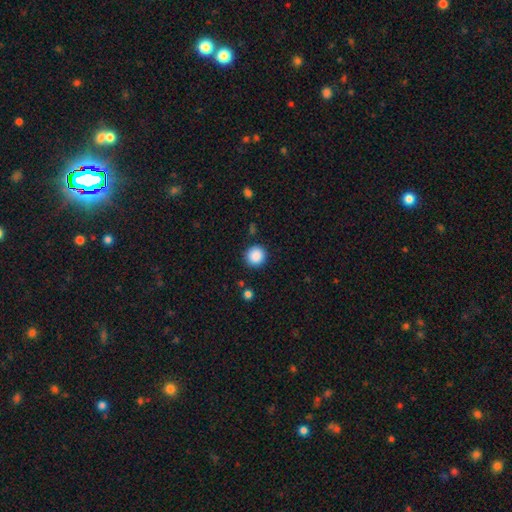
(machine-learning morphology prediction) Smooth or featured? smooth (88%)
How rounded? round (93%)
Merging? none (90%)